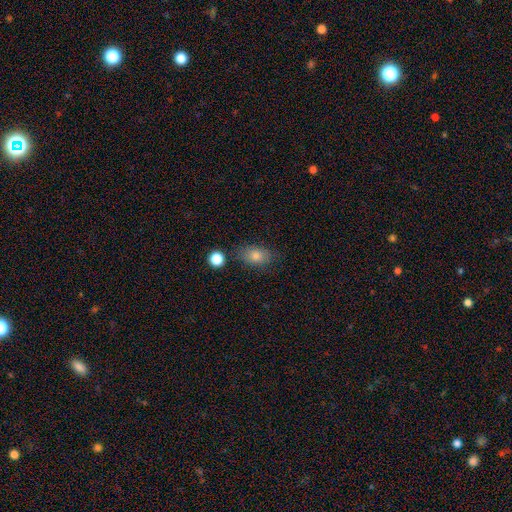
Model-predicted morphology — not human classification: Q: Smooth or featured?
A: smooth (79%); runner-up: star or artifact (11%)
Q: How rounded?
A: in between (81%); runner-up: round (16%)
Q: Merging?
A: none (79%); runner-up: minor disturbance (13%)